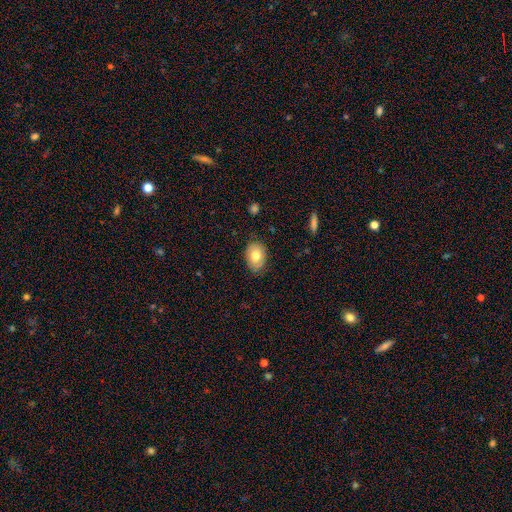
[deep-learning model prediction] Smooth or featured? Predicted: smooth (p=0.76). How rounded? Predicted: in between (p=0.79). Merging? Predicted: none (p=0.82).